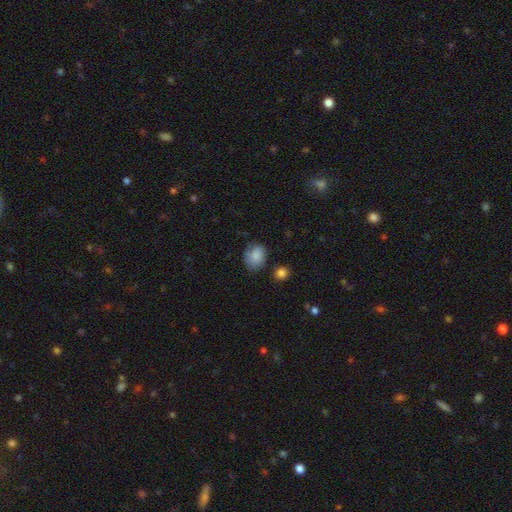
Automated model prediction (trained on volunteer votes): This appears to be a smooth galaxy with no disk features (82%) that is in between round and cigar-shaped (52%). Merging: none (61%).